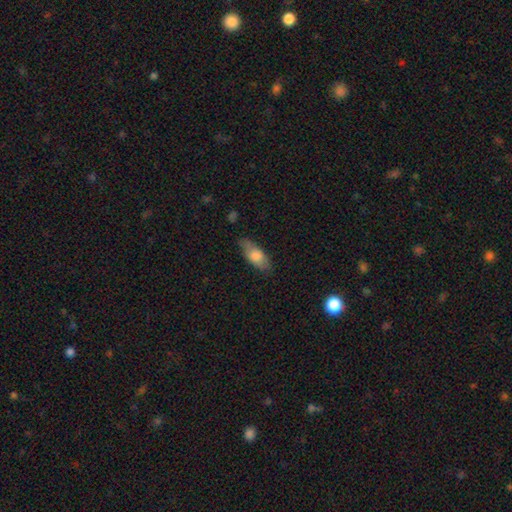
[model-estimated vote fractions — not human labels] Q: Smooth or featured?
A: smooth (75%); runner-up: featured or disk (19%)
Q: How rounded?
A: in between (76%); runner-up: cigar-shaped (22%)
Q: Merging?
A: none (76%); runner-up: minor disturbance (18%)